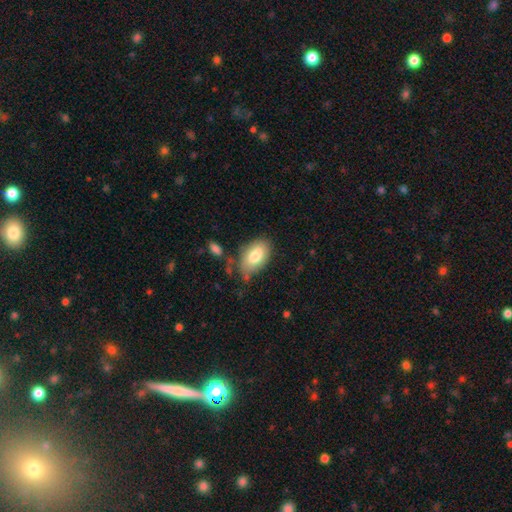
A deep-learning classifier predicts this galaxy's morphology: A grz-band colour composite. It shows a smooth galaxy with no disk features (80%) that is in between round and cigar-shaped (93%). Merging: none (65%).